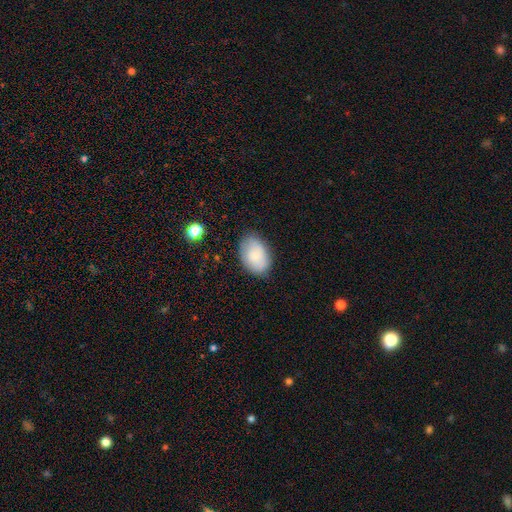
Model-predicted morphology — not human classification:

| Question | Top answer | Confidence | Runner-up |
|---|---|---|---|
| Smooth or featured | smooth | 79% | featured or disk (13%) |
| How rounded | in between | 87% | round (12%) |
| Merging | none | 76% | minor disturbance (18%) |